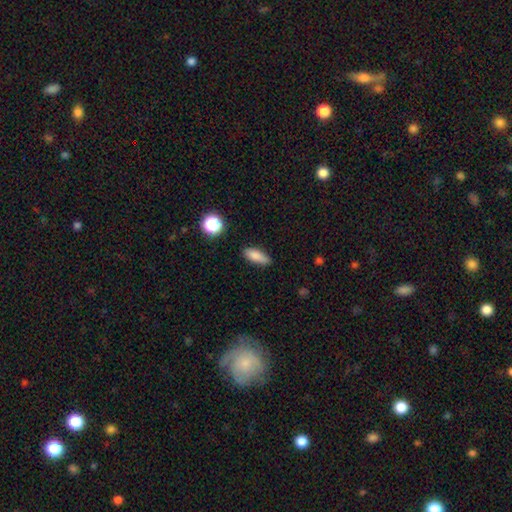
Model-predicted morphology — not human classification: The model was most divided on "how rounded": in between: 67%, cigar-shaped: 28%, round: 4%. More confident: smooth or featured — smooth (83%); merging — none (77%).